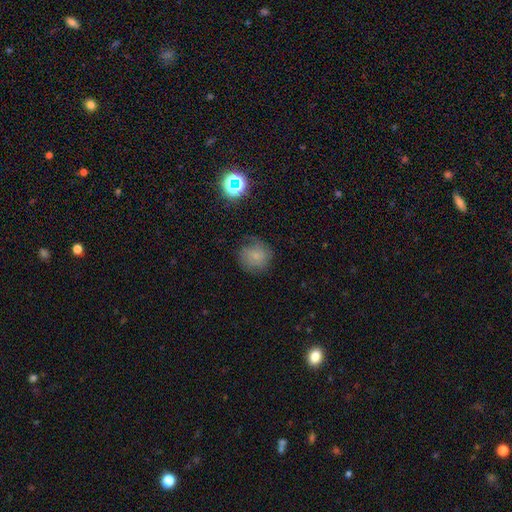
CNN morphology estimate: Overall: smooth (67%). How rounded: round (88%). Merging: none (67%).